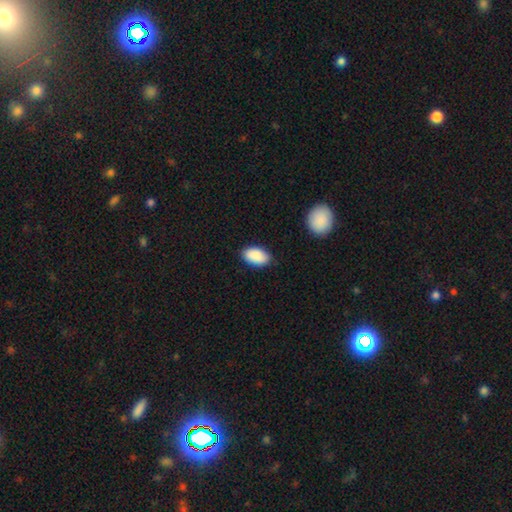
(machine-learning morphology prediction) This is clearly a smooth galaxy (90%). How rounded: clearly in between (94%). Merging: clearly none (86%).